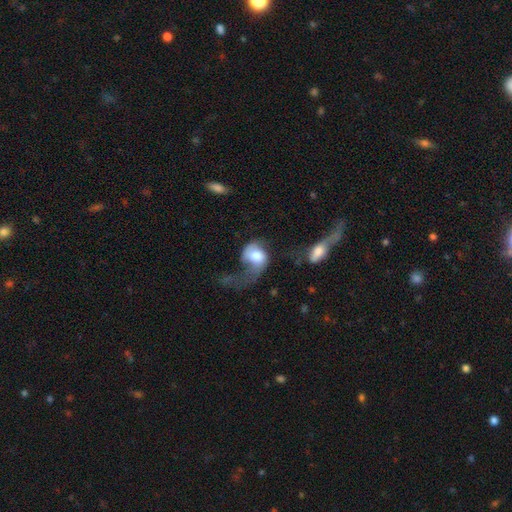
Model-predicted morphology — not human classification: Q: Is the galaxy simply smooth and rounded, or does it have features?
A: smooth — 50%.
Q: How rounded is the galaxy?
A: in between — 53%.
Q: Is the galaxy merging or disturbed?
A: major disturbance — 57%.